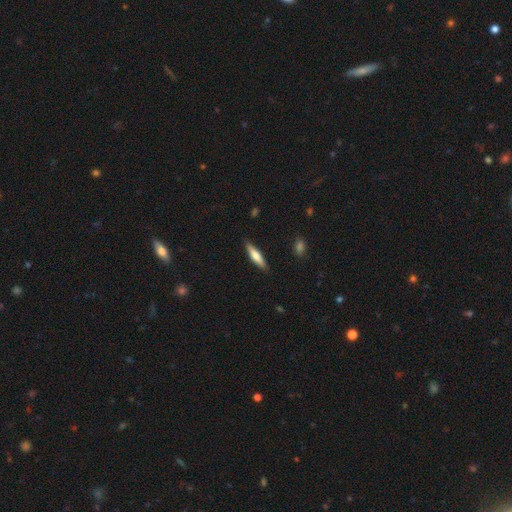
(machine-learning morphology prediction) type=smooth (58%); roundness=cigar-shaped (80%); merging=none (88%).